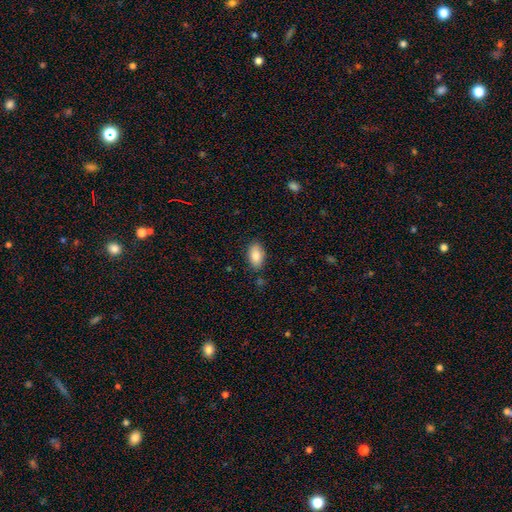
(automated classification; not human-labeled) smooth_or_featured: smooth (p=0.85) [alt: featured or disk p=0.08]
how_rounded: in between (p=0.92) [alt: round p=0.05]
merging: none (p=0.83) [alt: minor disturbance p=0.13]